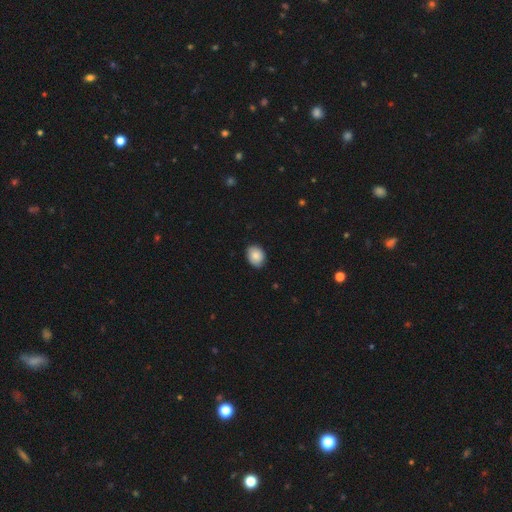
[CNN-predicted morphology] A smooth galaxy with no disk features (85%) that is in between round and cigar-shaped (59%). Merging: none (85%).